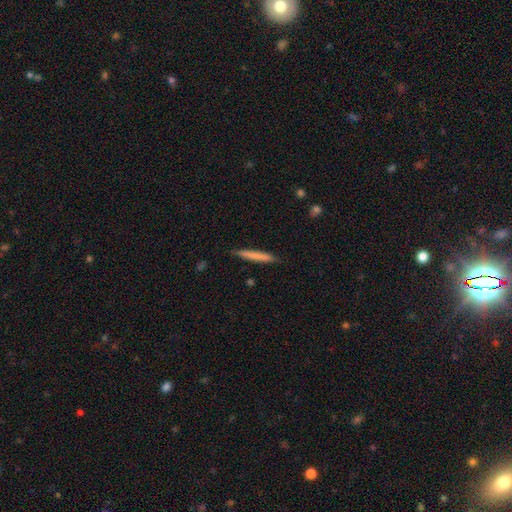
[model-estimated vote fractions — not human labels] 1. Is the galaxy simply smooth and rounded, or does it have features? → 72% smooth, 22% featured or disk, 6% star or artifact.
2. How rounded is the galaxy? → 96% cigar-shaped, 3% in between, 1% round.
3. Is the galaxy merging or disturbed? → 89% none, 8% minor disturbance, 2% major disturbance, 1% merger.